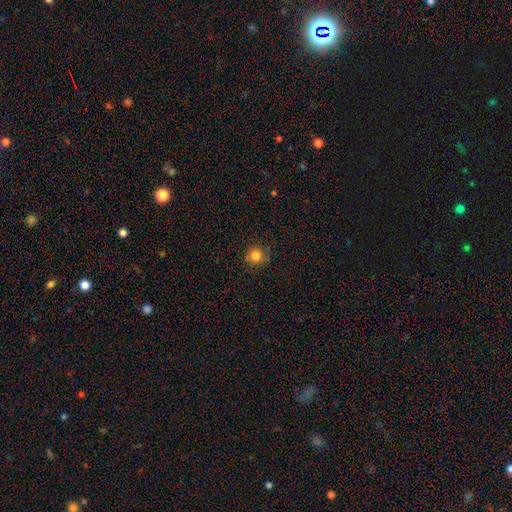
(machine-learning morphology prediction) Q: Smooth or featured?
A: smooth (81%); runner-up: star or artifact (12%)
Q: How rounded?
A: round (90%); runner-up: in between (9%)
Q: Merging?
A: none (79%); runner-up: minor disturbance (16%)